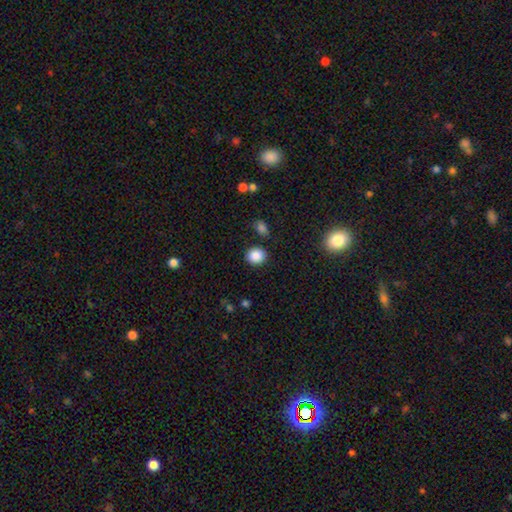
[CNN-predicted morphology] smooth 87%, star or artifact 9%, featured or disk 4%. Down the decision tree: how rounded — round (71%); merging — none (85%).